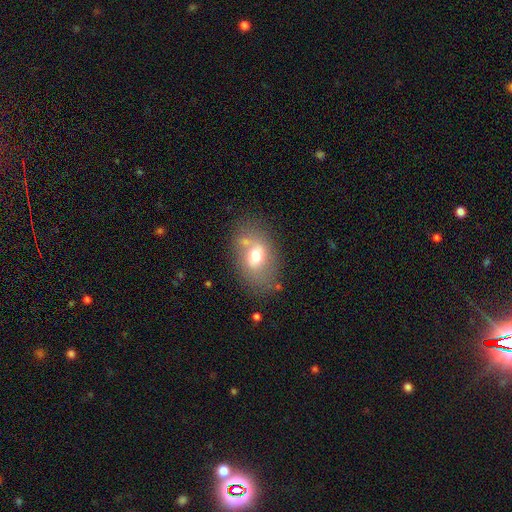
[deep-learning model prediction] Smooth or featured: smooth — 58% (featured or disk — 32%)
How rounded: in between — 80% (round — 19%)
Merging: none — 63% (minor disturbance — 18%)